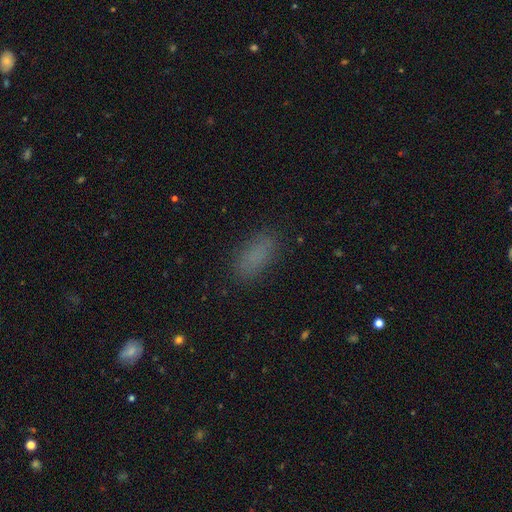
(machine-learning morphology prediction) Overall: smooth (81%). How rounded: in between (85%). Merging: none (84%).